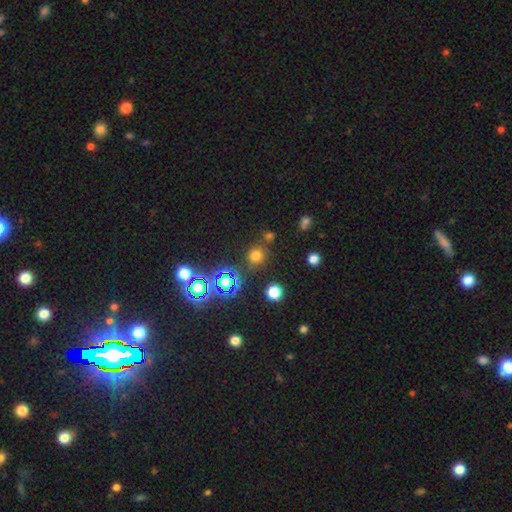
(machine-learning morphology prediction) smooth 66%, star or artifact 28%, featured or disk 7%. Down the decision tree: how rounded — round (88%); merging — none (79%).